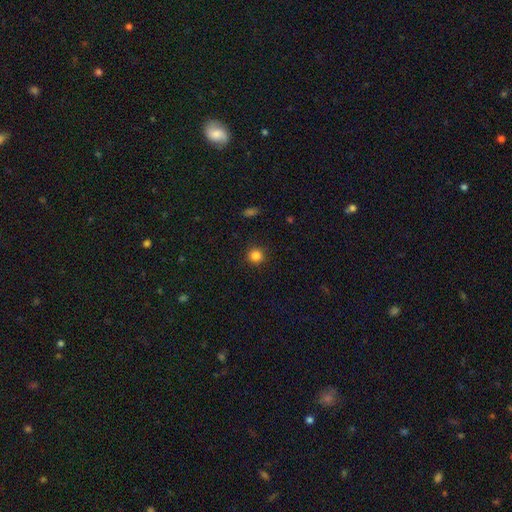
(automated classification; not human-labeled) Smooth or featured: smooth — 85% (star or artifact — 12%)
How rounded: round — 94% (in between — 5%)
Merging: none — 91% (minor disturbance — 6%)